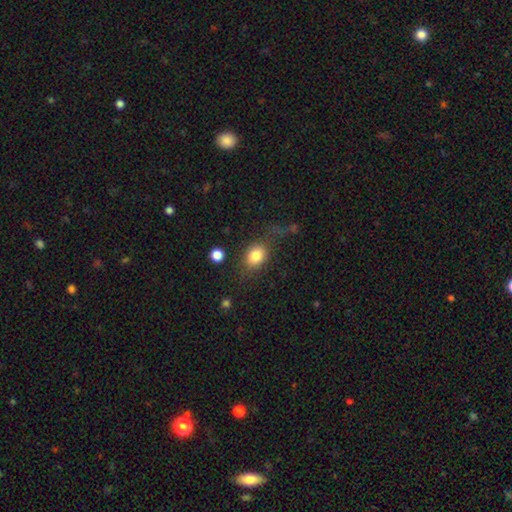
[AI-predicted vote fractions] Morphology: type=smooth (81%); roundness=in between (63%); merging=none (62%).